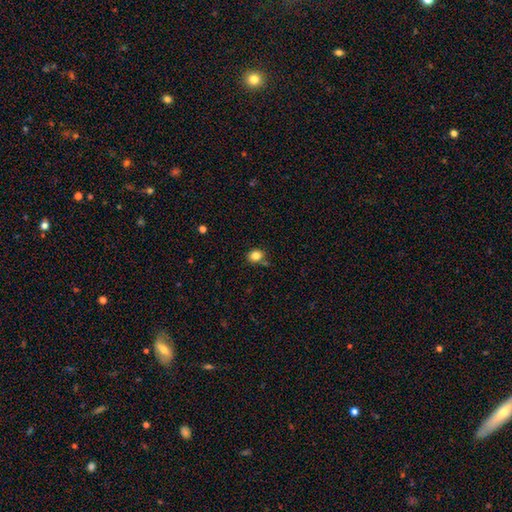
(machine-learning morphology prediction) type=smooth (83%); roundness=round (65%); merging=none (76%).